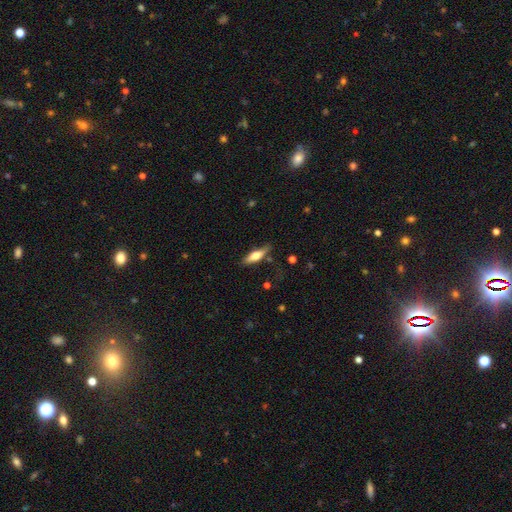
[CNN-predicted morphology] This is possibly a smooth galaxy (54%). How rounded: possibly cigar-shaped (56%). Merging: likely none (75%).